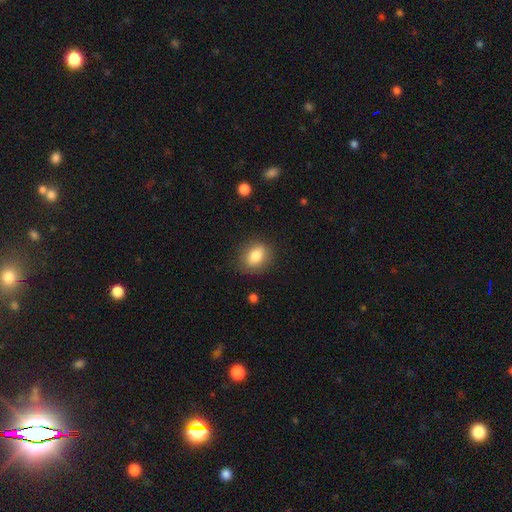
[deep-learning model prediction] Smooth or featured? Predicted: smooth (p=0.82). How rounded? Predicted: in between (p=0.60). Merging? Predicted: none (p=0.82).